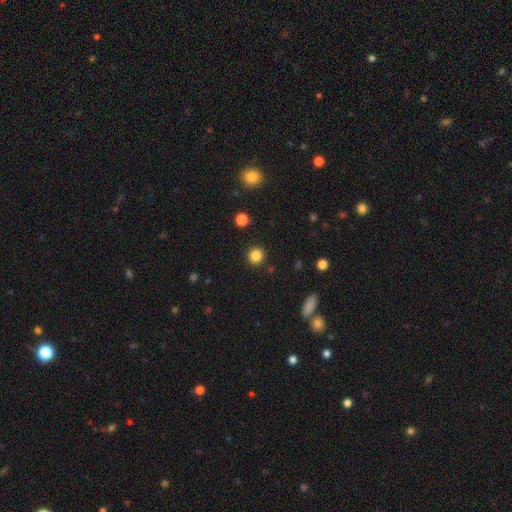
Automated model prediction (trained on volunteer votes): Morphology: type=smooth (85%); roundness=round (93%); merging=none (91%).